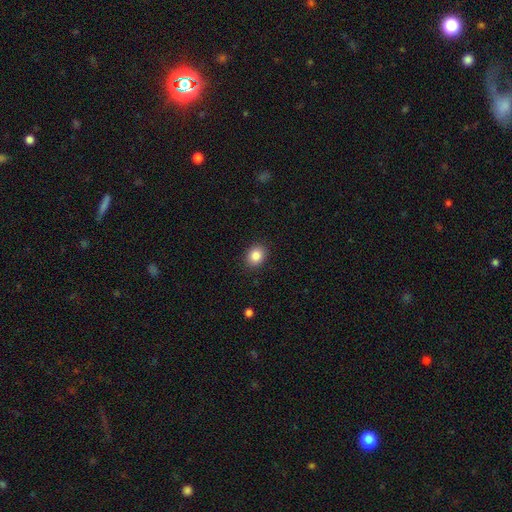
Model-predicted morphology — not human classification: smooth-or-featured: smooth: 86% | star or artifact: 9% | featured or disk: 5%
  how-rounded: in between: 50% | round: 49% | cigar-shaped: 1%
  merging: none: 89% | minor disturbance: 8% | major disturbance: 2% | merger: 1%